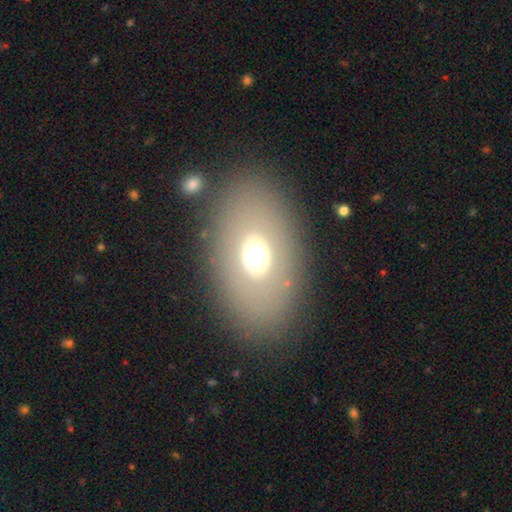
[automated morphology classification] This is likely a smooth galaxy (62%). How rounded: clearly in between (83%). Merging: clearly none (83%).